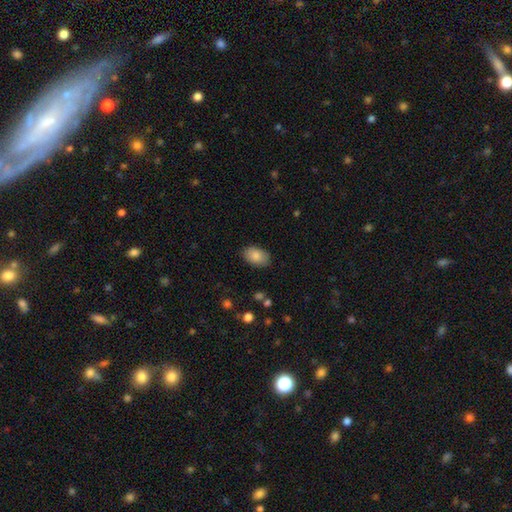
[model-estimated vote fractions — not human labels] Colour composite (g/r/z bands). It shows a smooth galaxy with no disk features (86%) that is in between round and cigar-shaped (90%). Merging: none (85%).